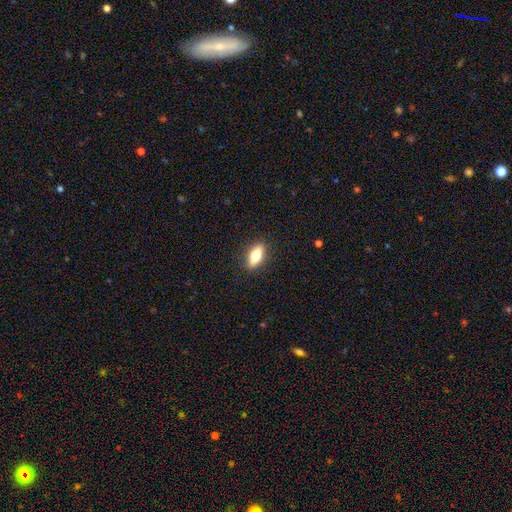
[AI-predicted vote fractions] smooth 66%, featured or disk 27%, star or artifact 7%. Down the decision tree: how rounded — in between (68%); merging — none (88%).